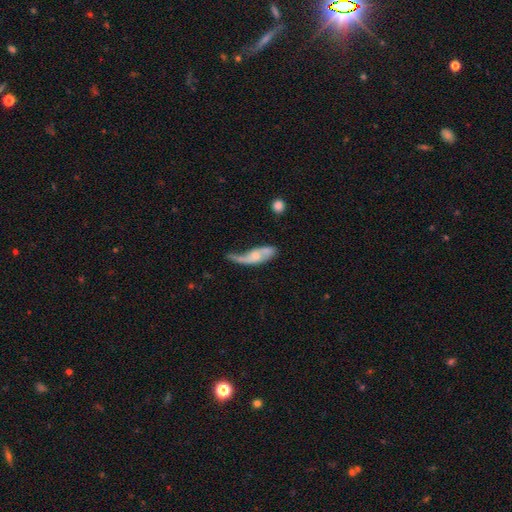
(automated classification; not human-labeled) A featured or disk galaxy (62%) with no bar (67%), spiral arms (76%) and a small central bulge (44%). Merging: major disturbance (36%).